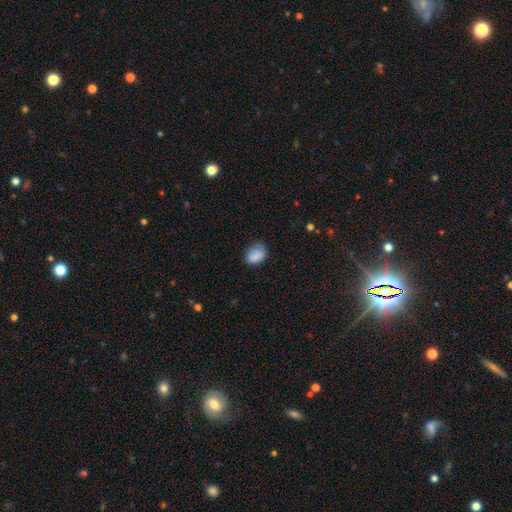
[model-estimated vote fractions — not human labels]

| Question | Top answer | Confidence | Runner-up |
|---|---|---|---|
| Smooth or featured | smooth | 85% | star or artifact (9%) |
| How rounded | in between | 66% | round (33%) |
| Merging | none | 63% | minor disturbance (28%) |